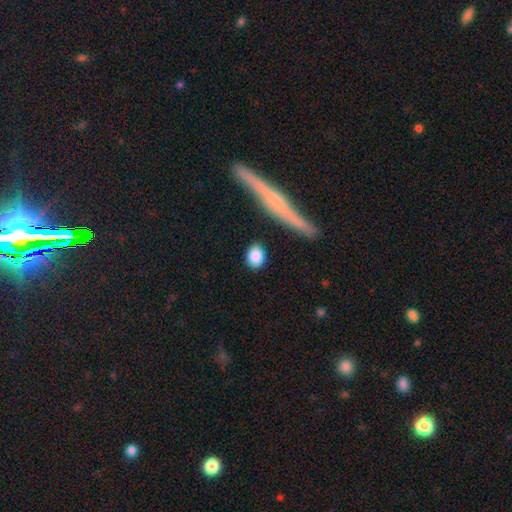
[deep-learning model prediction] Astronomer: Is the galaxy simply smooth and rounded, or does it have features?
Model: smooth — 85%.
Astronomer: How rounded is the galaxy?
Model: in between — 55% (runner-up: round, 41%).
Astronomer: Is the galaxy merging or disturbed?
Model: none — 85%.